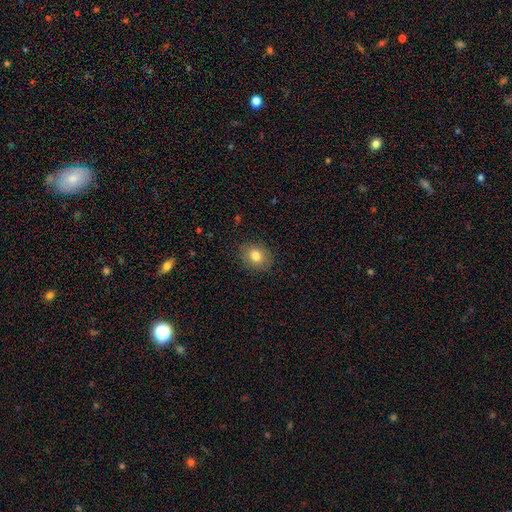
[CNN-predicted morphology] Smooth or featured? smooth (81%)
How rounded? round (50%)
Merging? none (86%)